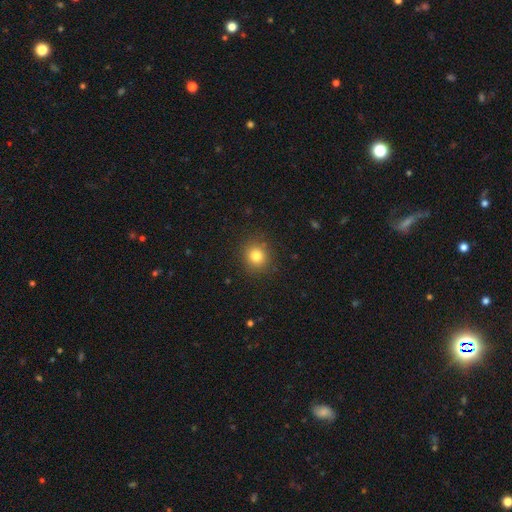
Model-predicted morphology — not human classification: This appears to be a smooth galaxy with no disk features (80%) that is round (87%). Merging: none (89%).